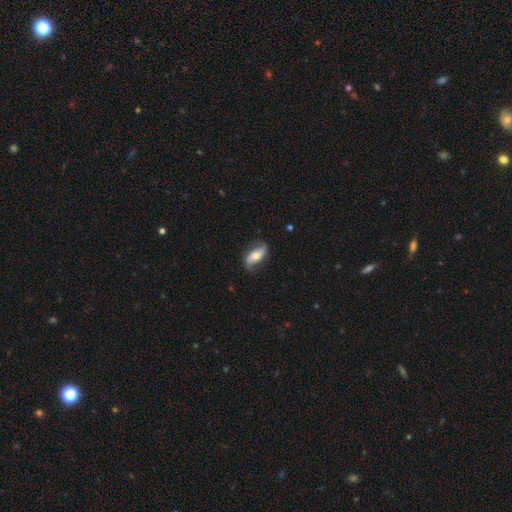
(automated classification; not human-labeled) A featured or disk galaxy (65%) with no bar (44%), spiral arms (86%) and a moderate central bulge (64%). Merging: none (74%).